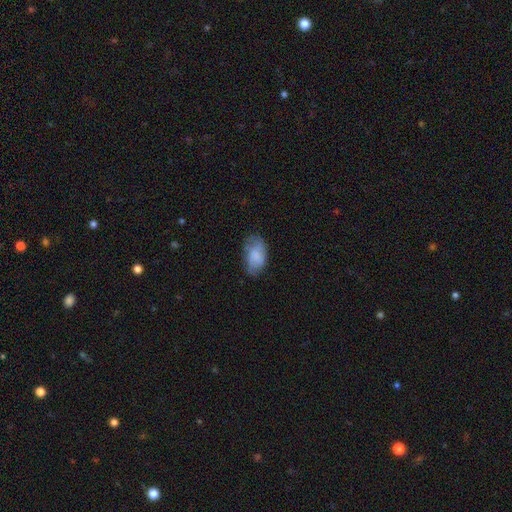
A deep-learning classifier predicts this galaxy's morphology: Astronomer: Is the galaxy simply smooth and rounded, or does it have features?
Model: smooth — 72%.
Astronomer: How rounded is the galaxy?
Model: in between — 92%.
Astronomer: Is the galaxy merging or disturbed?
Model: none — 55% (runner-up: minor disturbance, 30%).